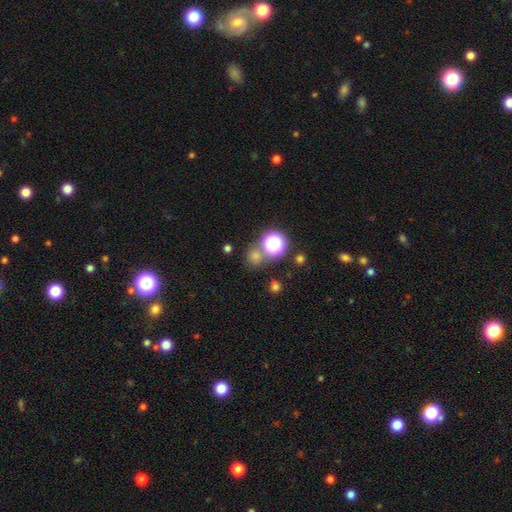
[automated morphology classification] Smooth or featured? Predicted: smooth (p=0.48). Merging? Predicted: none (p=0.74).